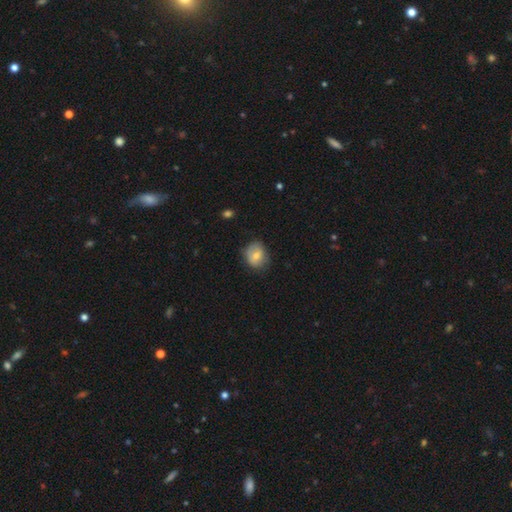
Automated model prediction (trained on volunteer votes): smooth_or_featured: smooth (p=0.69) [alt: featured or disk p=0.23]
how_rounded: round (p=0.59) [alt: in between p=0.40]
merging: none (p=0.70) [alt: minor disturbance p=0.23]